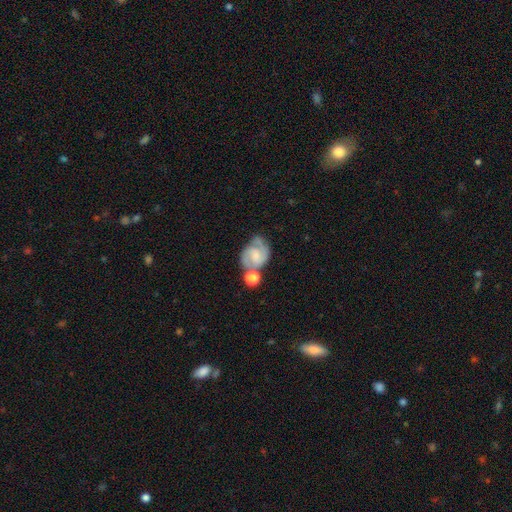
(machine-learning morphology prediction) A featured or disk galaxy (72%) with no bar (51%), 2 (81%) medium (49%) spiral arms (93%) and a small central bulge (47%).

Vote fractions:
- Smooth or featured? featured or disk: 72% / smooth: 21% / star or artifact: 7%
- Edge-on disk? no: 97% / yes: 3%
- Bar? no: 51% / weak: 40% / strong: 9%
- Spiral arms? yes: 93% / no: 7%
- Spiral winding? medium: 49% / tight: 36% / loose: 15%
- Spiral arm count? 2: 81% / can't tell: 9% / 3: 4% / 1: 3% / 4: 1% / more than 4: 1%
- Bulge size? small: 47% / none: 24% / moderate: 22% / large: 5% / dominant: 2%
- Merging? none: 46% / merger: 26% / minor disturbance: 19% / major disturbance: 9%